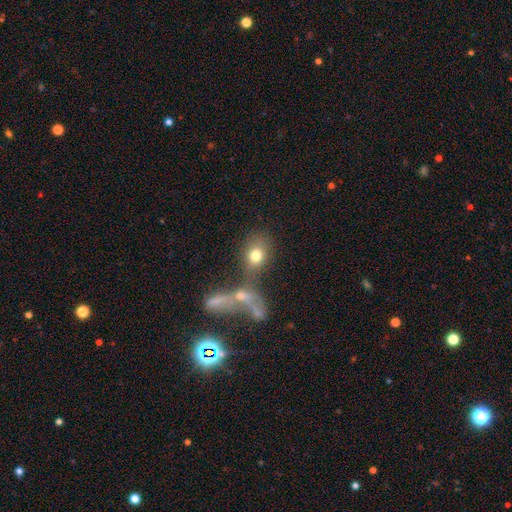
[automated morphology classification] This is likely a smooth galaxy (72%). How rounded: possibly in between (55%). Merging: marginally none (42%).